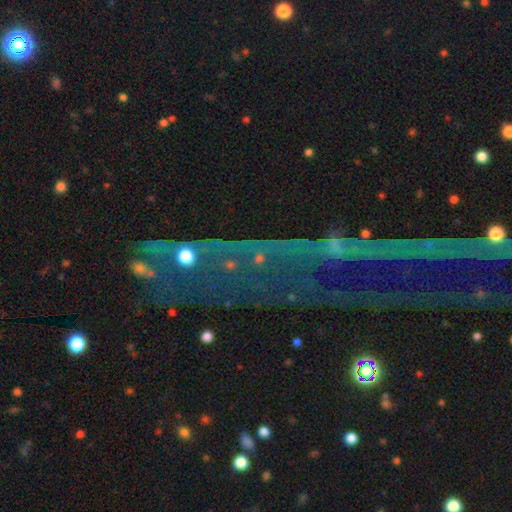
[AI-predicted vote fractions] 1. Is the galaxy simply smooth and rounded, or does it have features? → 76% star or artifact, 14% featured or disk, 10% smooth.